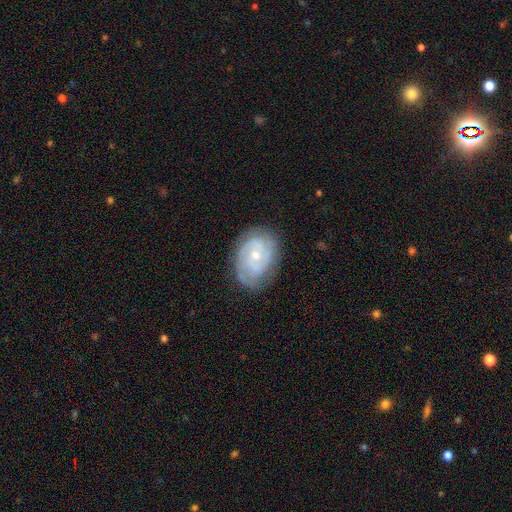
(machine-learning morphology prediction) type=featured or disk (83%); edge-on=no (97%); bar=no (68%); spiral arms=yes (95%); winding=tight (62%); arm count=2 (43%); bulge=small (55%); merging=none (75%).